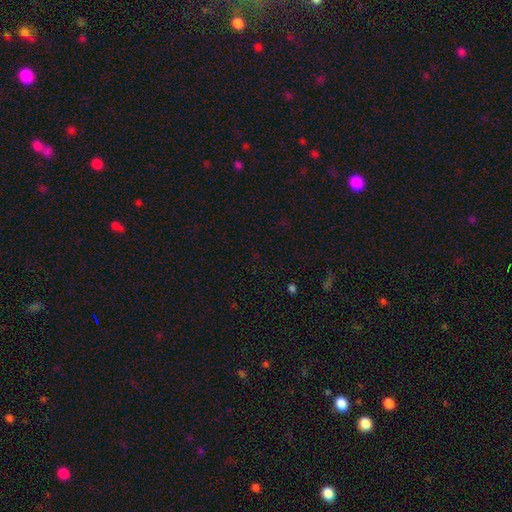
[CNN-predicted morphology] star or artifact 66%, smooth 27%, featured or disk 7%.